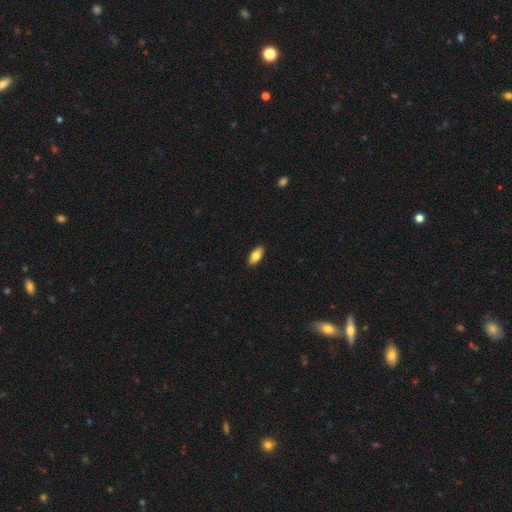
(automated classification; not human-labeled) A smooth galaxy with no disk features (78%) that is in between round and cigar-shaped (88%). Merging: none (90%).